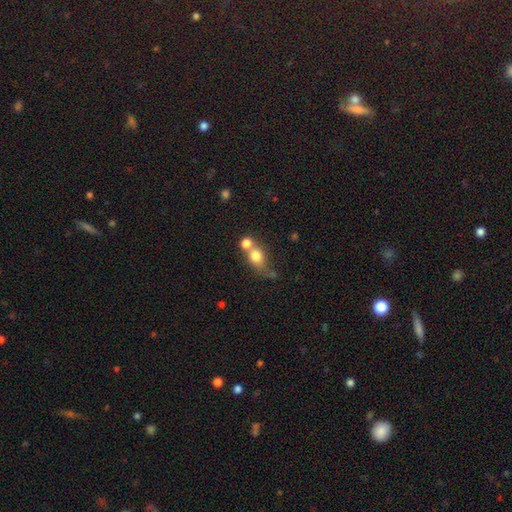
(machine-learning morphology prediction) smooth 75%, featured or disk 15%, star or artifact 11%. Down the decision tree: how rounded — round (58%); merging — merger (51%).